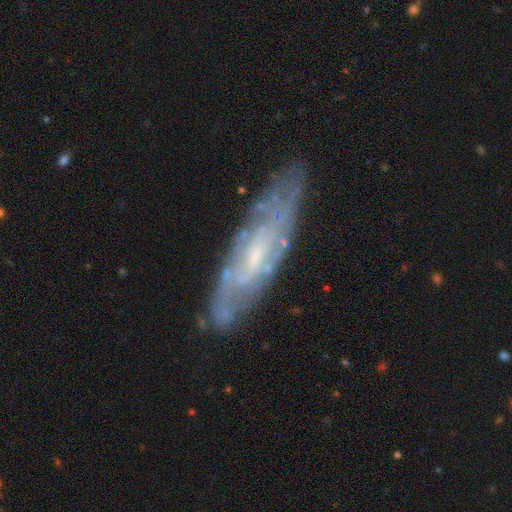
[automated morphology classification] featured or disk 76%, smooth 17%, star or artifact 7%. Down the decision tree: edge-on disk — no (70%); bar — no (46%); spiral arms — yes (76%); bulge size — small (58%); merging — none (75%).